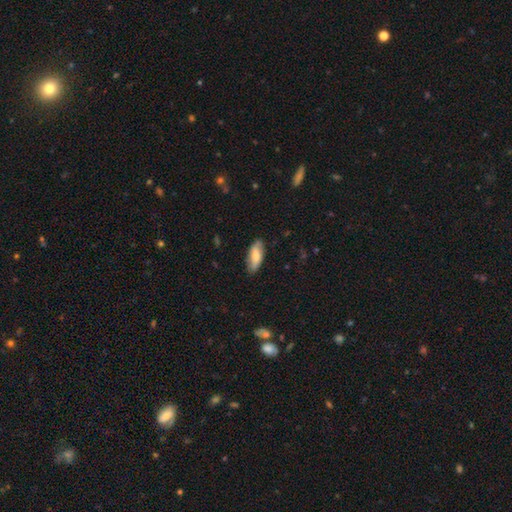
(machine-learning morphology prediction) Q: Smooth or featured?
A: smooth (73%); runner-up: featured or disk (21%)
Q: How rounded?
A: in between (76%); runner-up: cigar-shaped (22%)
Q: Merging?
A: none (81%); runner-up: minor disturbance (15%)